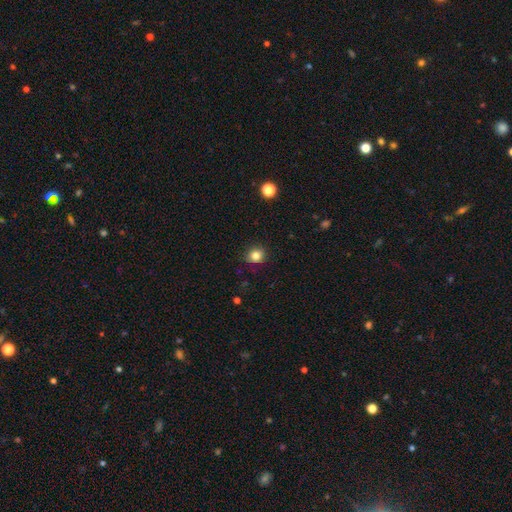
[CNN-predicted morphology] Smooth or featured?
  - smooth: 82% *
  - star or artifact: 12%
  - featured or disk: 6%
How rounded?
  - round: 82% *
  - in between: 18%
  - cigar-shaped: 1%
Merging?
  - none: 89% *
  - minor disturbance: 8%
  - major disturbance: 2%
  - merger: 1%